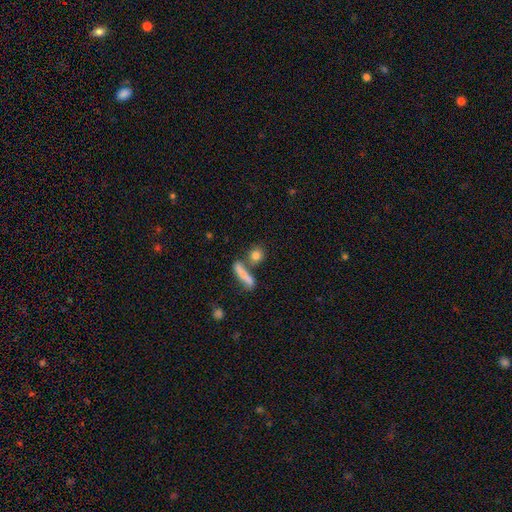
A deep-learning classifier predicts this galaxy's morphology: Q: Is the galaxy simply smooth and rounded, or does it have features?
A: smooth — 80%.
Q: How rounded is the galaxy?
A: round — 60%.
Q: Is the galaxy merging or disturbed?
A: none — 64%.